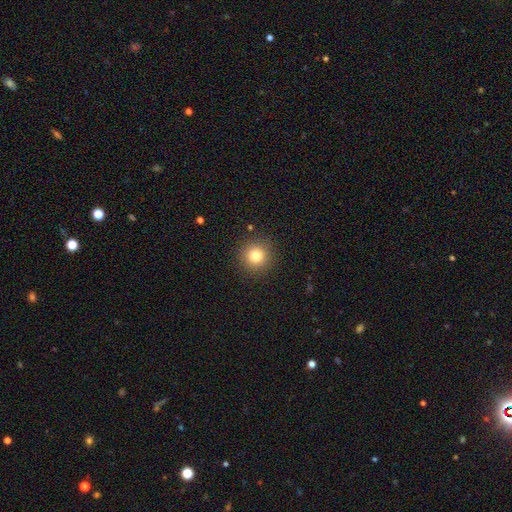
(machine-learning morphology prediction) smooth 81%, star or artifact 12%, featured or disk 7%. Down the decision tree: how rounded — round (94%); merging — none (91%).